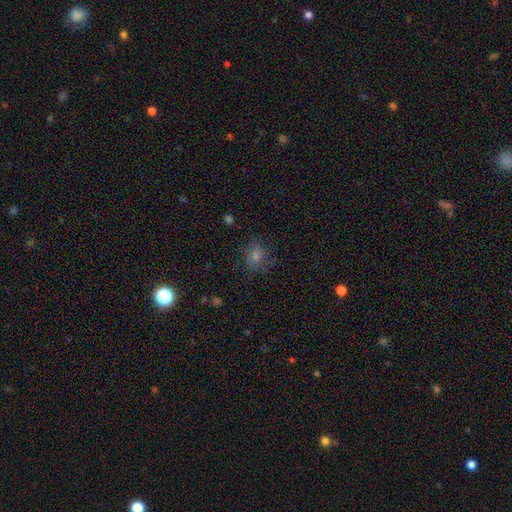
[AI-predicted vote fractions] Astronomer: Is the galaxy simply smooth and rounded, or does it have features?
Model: smooth — 48% (runner-up: star or artifact, 31%).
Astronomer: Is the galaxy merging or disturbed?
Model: none — 75%.